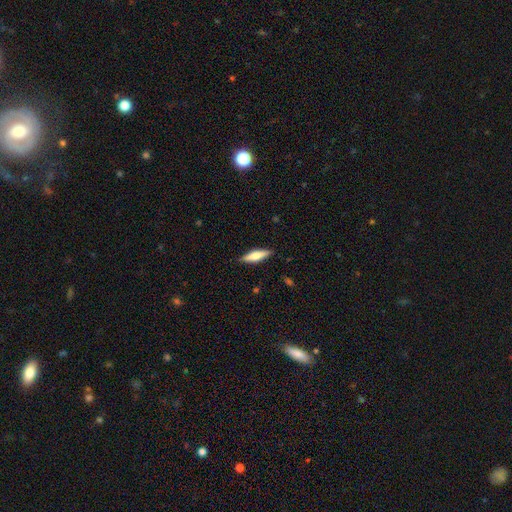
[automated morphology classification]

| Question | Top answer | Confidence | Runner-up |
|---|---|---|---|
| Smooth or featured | smooth | 59% | featured or disk (35%) |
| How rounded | cigar-shaped | 60% | in between (38%) |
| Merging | none | 88% | minor disturbance (9%) |